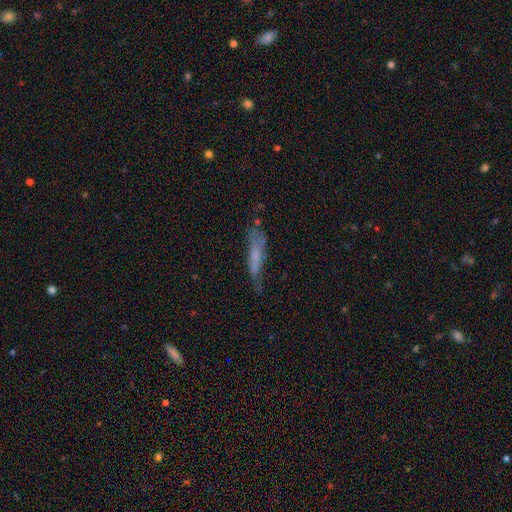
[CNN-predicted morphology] smooth_or_featured: smooth (p=0.53) [alt: featured or disk p=0.37]
how_rounded: cigar-shaped (p=0.83) [alt: in between p=0.15]
merging: none (p=0.47) [alt: minor disturbance p=0.31]